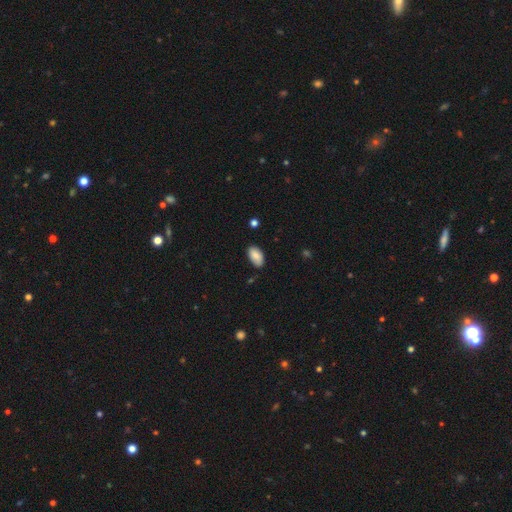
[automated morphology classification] smooth-or-featured: smooth: 85% | featured or disk: 8% | star or artifact: 7%
  how-rounded: in between: 95% | round: 3% | cigar-shaped: 2%
  merging: none: 78% | minor disturbance: 18% | major disturbance: 3% | merger: 2%